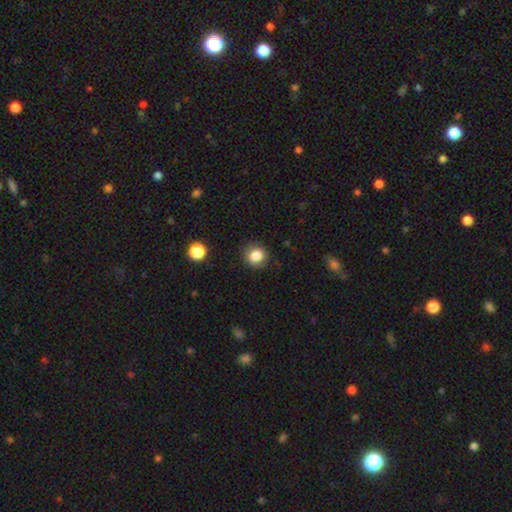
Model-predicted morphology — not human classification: The model was most divided on "how rounded": round: 86%, in between: 13%, cigar-shaped: 1%. More confident: merging — none (88%); smooth or featured — smooth (84%).